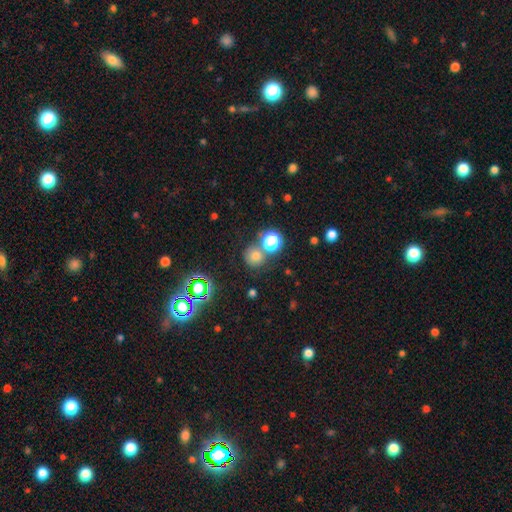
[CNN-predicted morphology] smooth 66%, star or artifact 25%, featured or disk 9%. Down the decision tree: how rounded — round (90%); merging — none (68%).